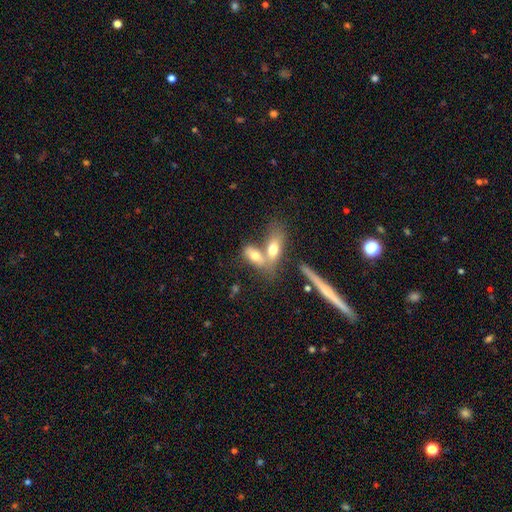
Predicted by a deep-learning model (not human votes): smooth-or-featured: smooth: 63% | featured or disk: 28% | star or artifact: 9%
  how-rounded: in between: 70% | cigar-shaped: 22% | round: 7%
  merging: merger: 52% | none: 33% | minor disturbance: 9% | major disturbance: 5%